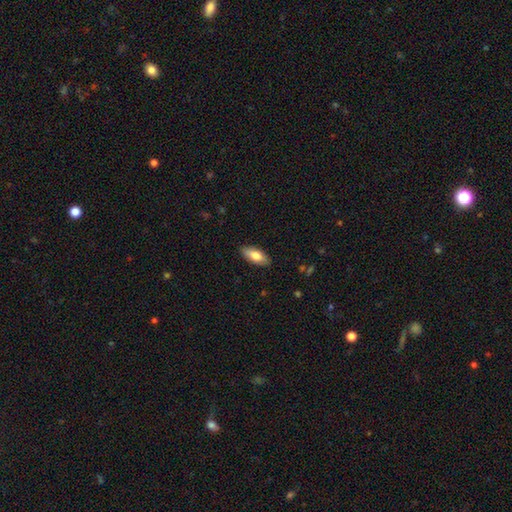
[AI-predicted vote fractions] A smooth galaxy with no disk features (76%) that is in between round and cigar-shaped (82%).

Vote fractions:
- Smooth or featured? smooth: 76% / featured or disk: 18% / star or artifact: 6%
- How rounded? in between: 82% / cigar-shaped: 16% / round: 2%
- Merging? none: 88% / minor disturbance: 9% / major disturbance: 2% / merger: 1%